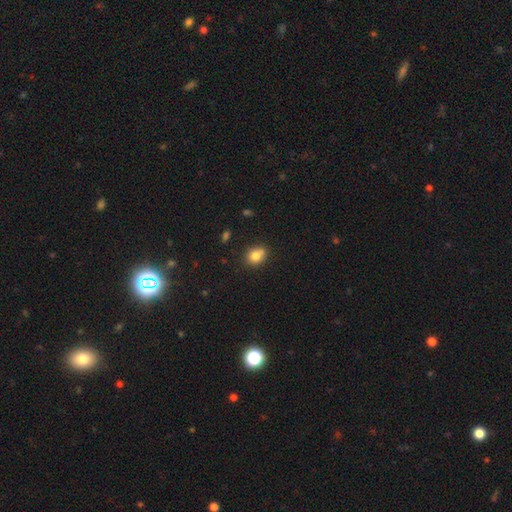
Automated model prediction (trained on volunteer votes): Smooth or featured? smooth (78%)
How rounded? round (60%)
Merging? none (57%)